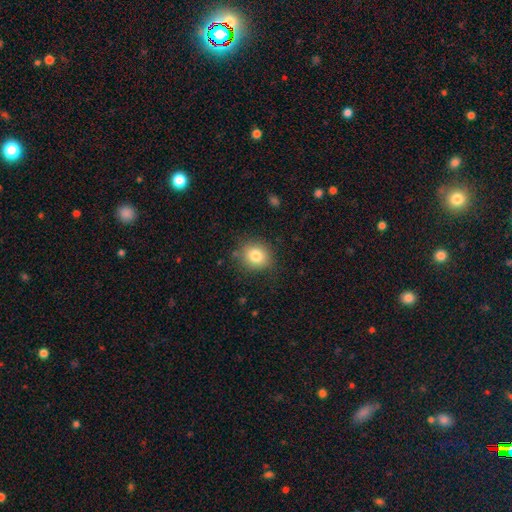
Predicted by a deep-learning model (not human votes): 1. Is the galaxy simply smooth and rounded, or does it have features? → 81% smooth, 11% star or artifact, 8% featured or disk.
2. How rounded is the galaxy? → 79% round, 20% in between, 1% cigar-shaped.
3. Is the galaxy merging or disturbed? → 83% none, 12% minor disturbance, 3% major disturbance, 2% merger.